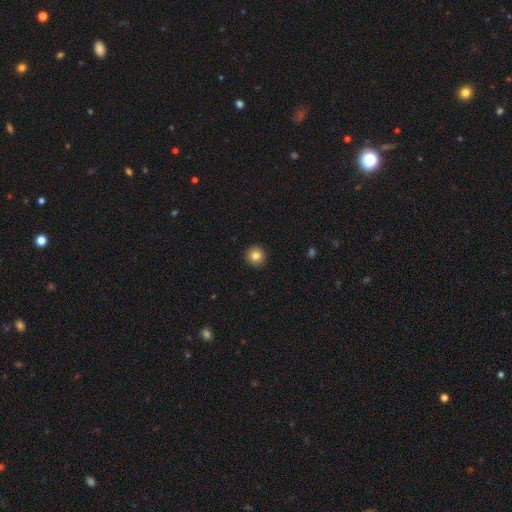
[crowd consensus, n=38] Smooth or featured: smooth — 87% (featured or disk — 11%)
How rounded: round — 94% (in between — 6%)
Merging: none — 89% (minor disturbance — 8%)